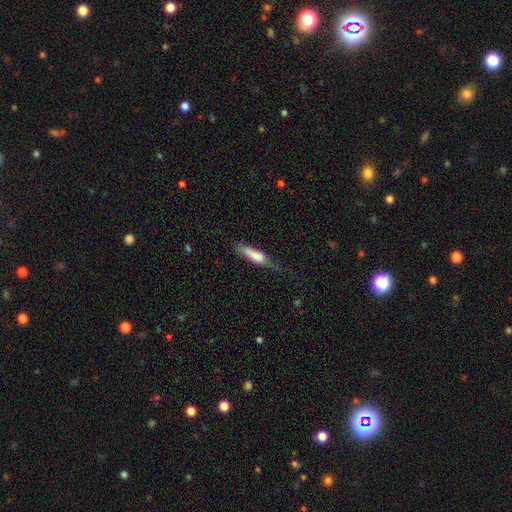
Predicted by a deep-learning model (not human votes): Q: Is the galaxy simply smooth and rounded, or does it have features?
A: smooth — 70%.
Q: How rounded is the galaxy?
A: cigar-shaped — 67%.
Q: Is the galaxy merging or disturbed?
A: none — 39%.